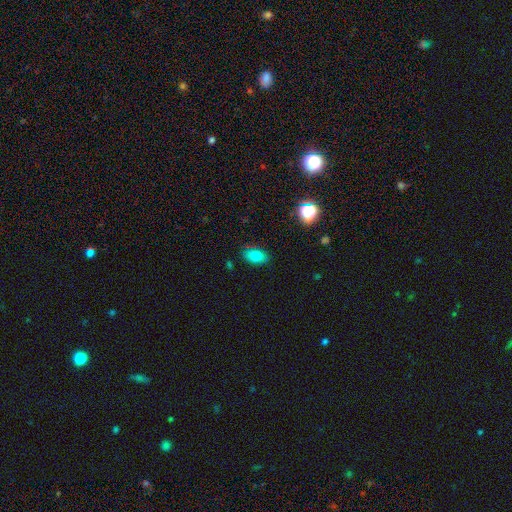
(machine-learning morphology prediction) Overall: smooth (80%). How rounded: in between (87%). Merging: none (83%).